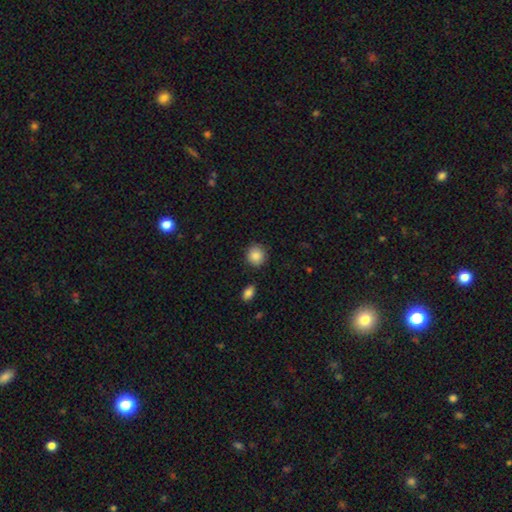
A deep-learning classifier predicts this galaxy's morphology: A smooth galaxy with no disk features (87%) that is round (87%). Merging: none (85%).